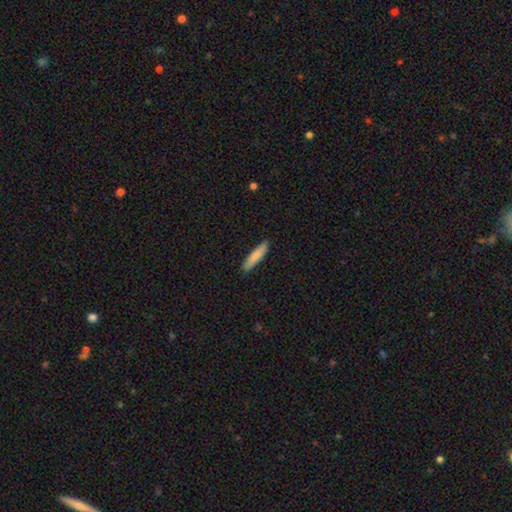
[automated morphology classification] Q: Smooth or featured?
A: smooth (79%); runner-up: featured or disk (16%)
Q: How rounded?
A: cigar-shaped (87%); runner-up: in between (12%)
Q: Merging?
A: none (89%); runner-up: minor disturbance (8%)